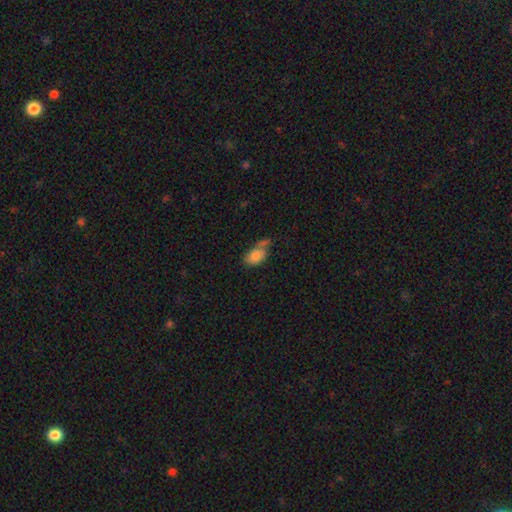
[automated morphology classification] Smooth or featured?
  - smooth: 77% *
  - featured or disk: 14%
  - star or artifact: 9%
How rounded?
  - in between: 88% *
  - round: 10%
  - cigar-shaped: 2%
Merging?
  - none: 40% *
  - minor disturbance: 25%
  - merger: 22%
  - major disturbance: 12%